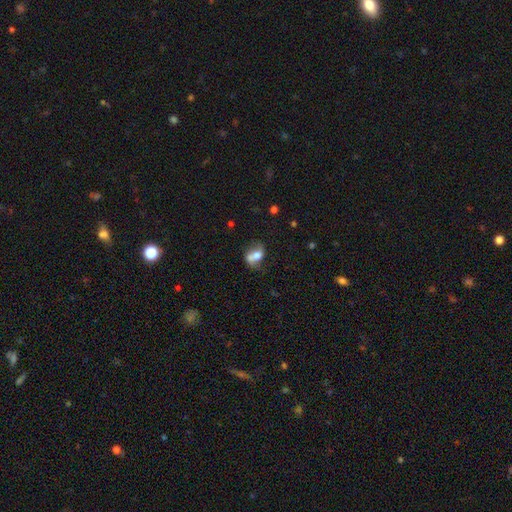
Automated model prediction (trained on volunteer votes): Morphology: type=smooth (56%); roundness=in between (63%); merging=merger (45%).